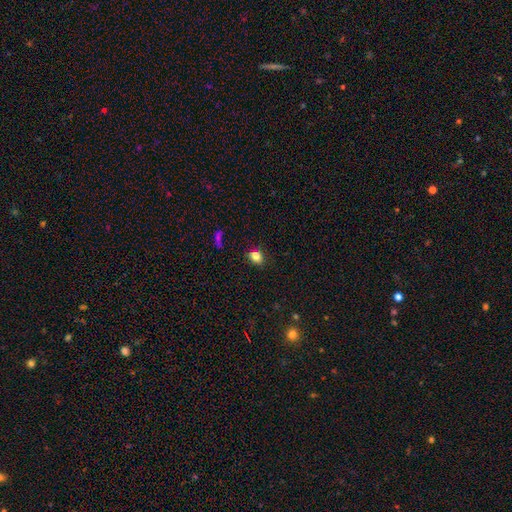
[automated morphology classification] A smooth galaxy with no disk features (82%) that is in between round and cigar-shaped (51%). Merging: none (83%).